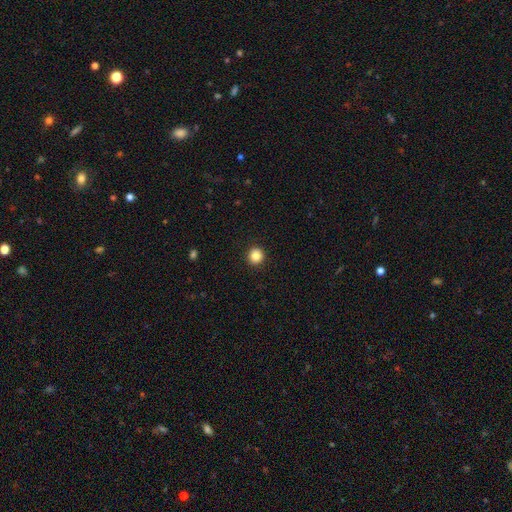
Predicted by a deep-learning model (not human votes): smooth-or-featured: smooth: 85% | star or artifact: 10% | featured or disk: 5%
  how-rounded: round: 93% | in between: 6% | cigar-shaped: 1%
  merging: none: 93% | minor disturbance: 5% | major disturbance: 2% | merger: 1%